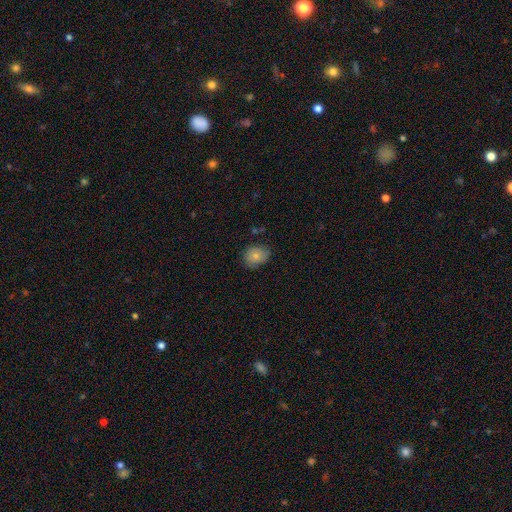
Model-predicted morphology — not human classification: smooth-or-featured: smooth: 78% | featured or disk: 13% | star or artifact: 9%
  how-rounded: round: 50% | in between: 49% | cigar-shaped: 1%
  merging: none: 75% | minor disturbance: 19% | major disturbance: 4% | merger: 2%